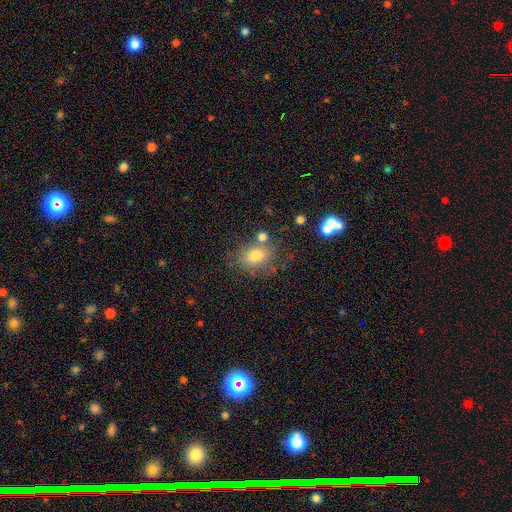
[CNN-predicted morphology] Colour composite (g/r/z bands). It shows a smooth galaxy with no disk features (74%) that is in between round and cigar-shaped (58%). Merging: none (63%).